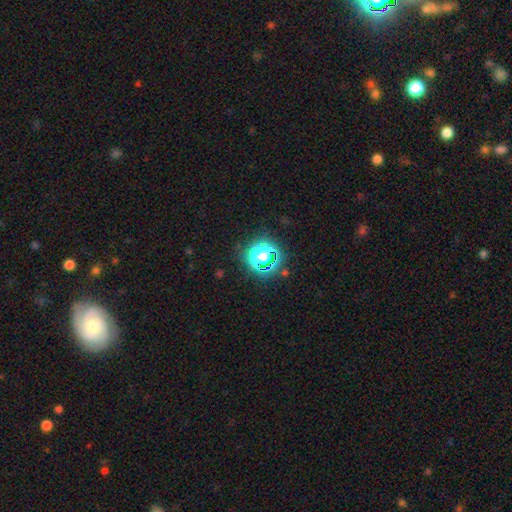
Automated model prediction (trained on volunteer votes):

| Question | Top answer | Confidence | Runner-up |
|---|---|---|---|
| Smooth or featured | star or artifact | 66% | smooth (26%) |